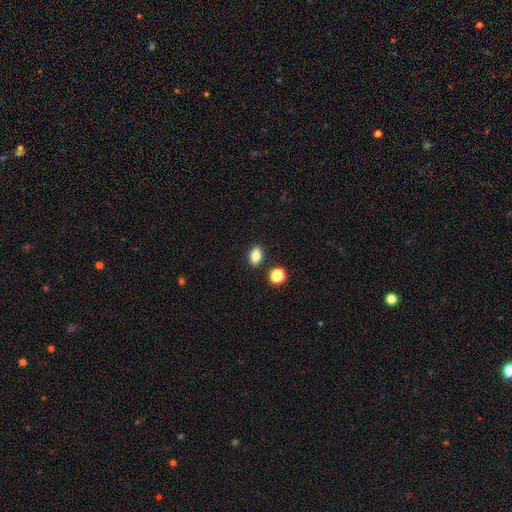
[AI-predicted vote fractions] This is clearly a smooth galaxy (83%). How rounded: clearly in between (81%). Merging: clearly none (86%).